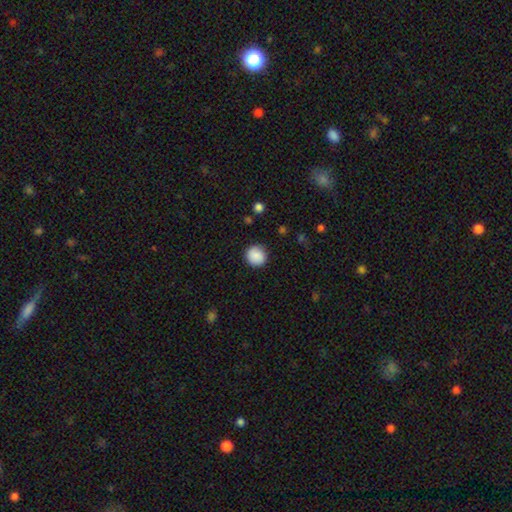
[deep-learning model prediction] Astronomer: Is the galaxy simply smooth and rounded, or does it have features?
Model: smooth — 89%.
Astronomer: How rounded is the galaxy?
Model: round — 92%.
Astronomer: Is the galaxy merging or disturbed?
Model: none — 88%.